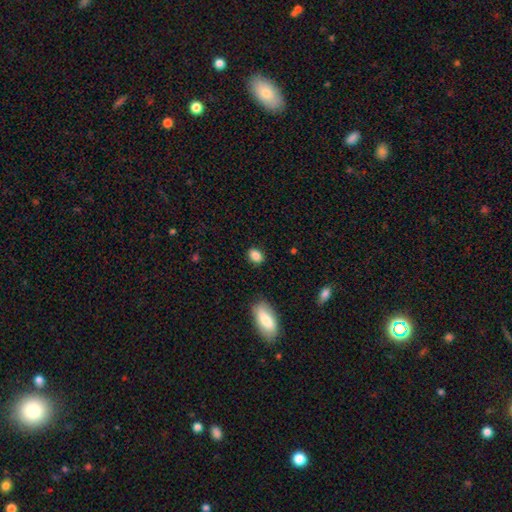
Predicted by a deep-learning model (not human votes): This appears to be a smooth galaxy with no disk features (86%) that is in between round and cigar-shaped (72%). Merging: none (84%).